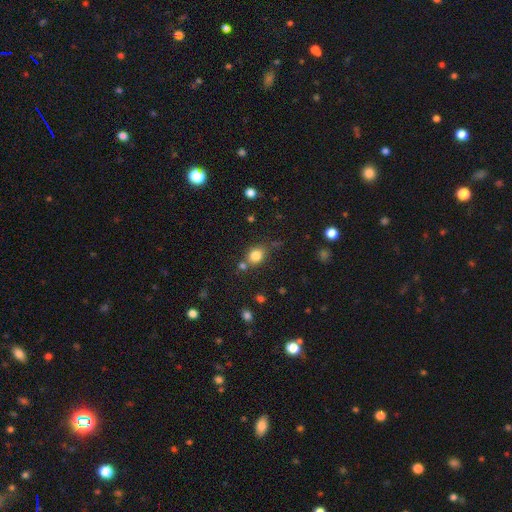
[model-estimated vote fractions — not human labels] Smooth or featured: smooth — 81% (star or artifact — 12%)
How rounded: round — 55% (in between — 44%)
Merging: none — 66% (merger — 15%)